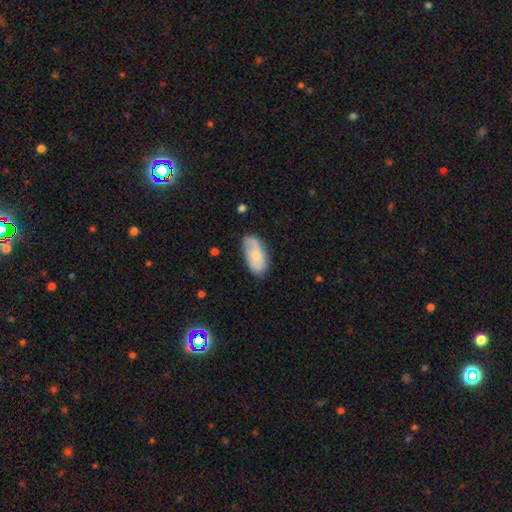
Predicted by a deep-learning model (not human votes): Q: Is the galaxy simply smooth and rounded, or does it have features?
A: smooth — 64%.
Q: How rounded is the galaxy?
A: in between — 92%.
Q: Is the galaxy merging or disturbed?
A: none — 70%.